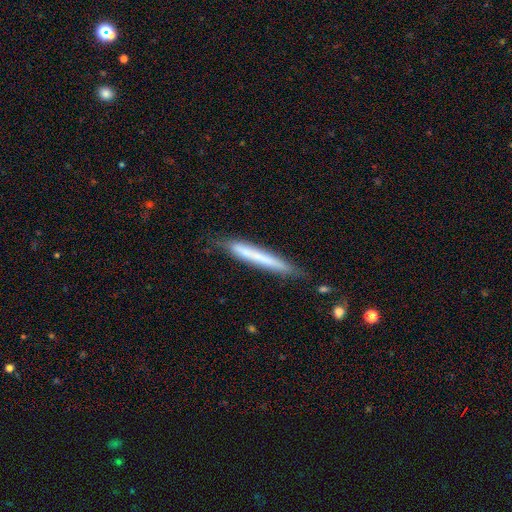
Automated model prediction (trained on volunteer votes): The model was most divided on "smooth or featured": smooth: 63%, featured or disk: 31%, star or artifact: 6%. More confident: how rounded — cigar-shaped (96%); merging — none (77%).